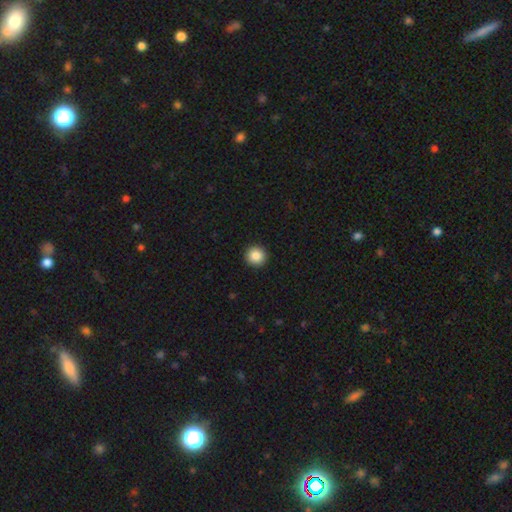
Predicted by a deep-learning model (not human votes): Morphology: type=smooth (87%); roundness=round (95%); merging=none (93%).